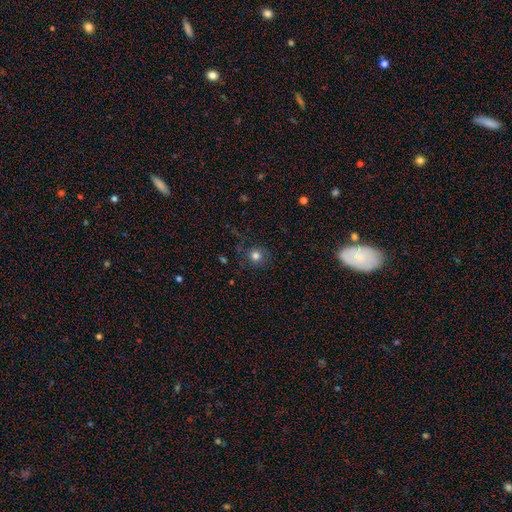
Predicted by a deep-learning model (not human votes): Q: Smooth or featured?
A: smooth (79%); runner-up: star or artifact (14%)
Q: How rounded?
A: round (92%); runner-up: in between (7%)
Q: Merging?
A: none (80%); runner-up: minor disturbance (12%)